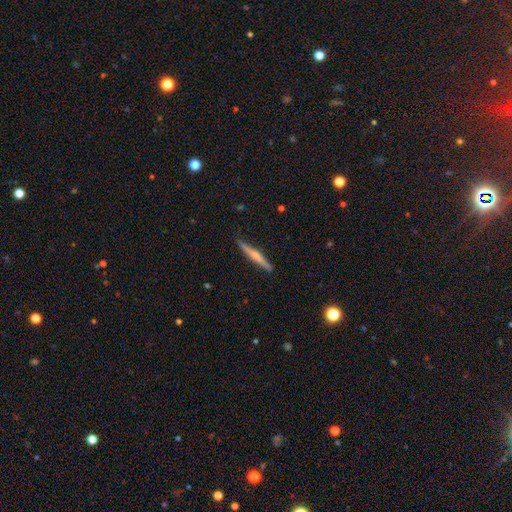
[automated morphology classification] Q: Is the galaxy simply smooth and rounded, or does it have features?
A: featured or disk — 57%.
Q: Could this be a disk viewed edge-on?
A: yes — 97%.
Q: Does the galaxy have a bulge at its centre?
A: rounded — 67%.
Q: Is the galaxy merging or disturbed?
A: none — 89%.